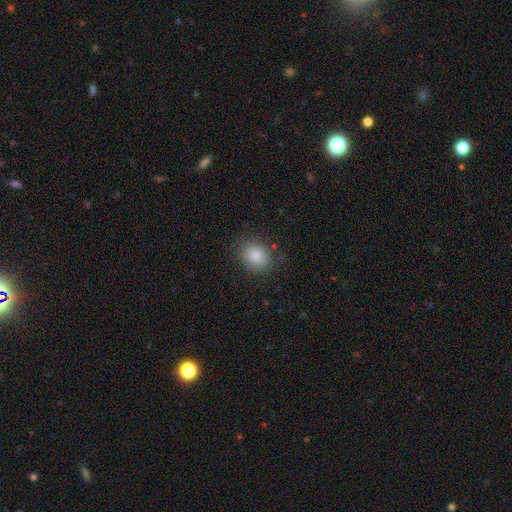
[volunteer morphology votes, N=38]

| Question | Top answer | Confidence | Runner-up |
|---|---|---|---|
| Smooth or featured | smooth | 89% | star or artifact (8%) |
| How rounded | round | 53% | in between (47%) |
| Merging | none | 86% | major disturbance (9%) |